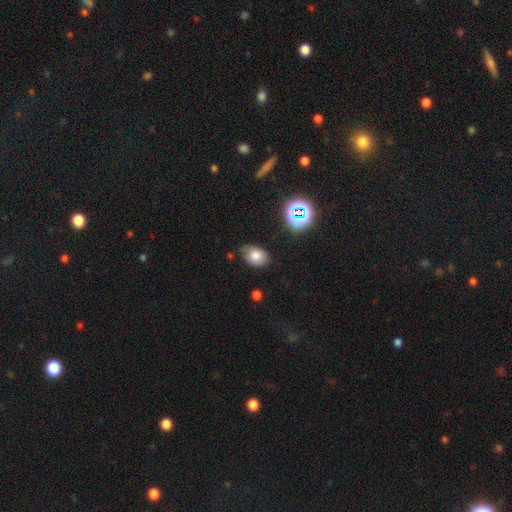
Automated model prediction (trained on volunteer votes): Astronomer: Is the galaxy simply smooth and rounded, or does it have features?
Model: smooth — 77%.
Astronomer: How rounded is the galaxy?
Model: in between — 77%.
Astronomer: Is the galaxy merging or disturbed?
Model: none — 72%.